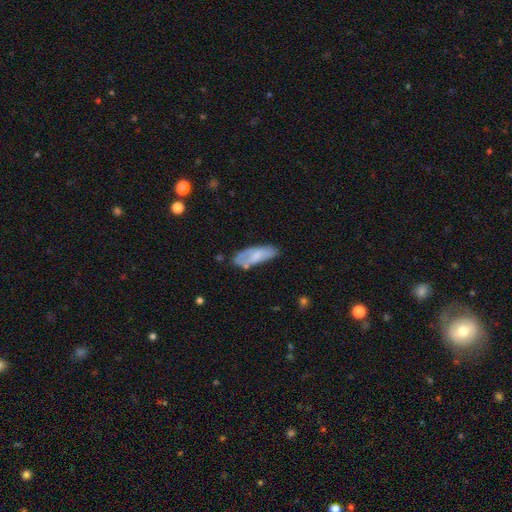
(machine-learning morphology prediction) This is possibly a smooth galaxy (58%). How rounded: likely in between (69%). Merging: possibly none (54%).